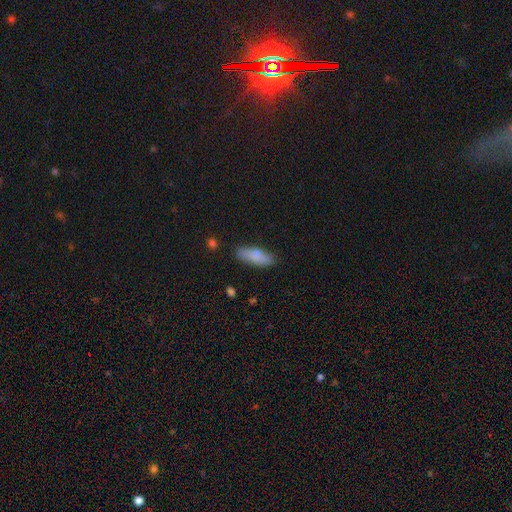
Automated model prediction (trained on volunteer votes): This is clearly a smooth galaxy (81%). How rounded: likely in between (63%). Merging: likely none (77%).